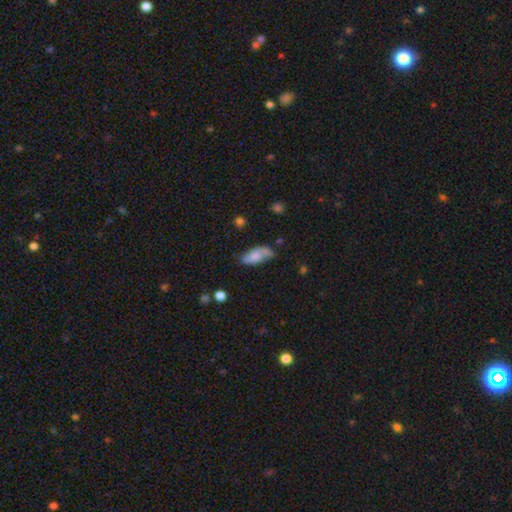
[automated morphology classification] Smooth or featured? smooth (57%)
How rounded? in between (84%)
Merging? none (56%)